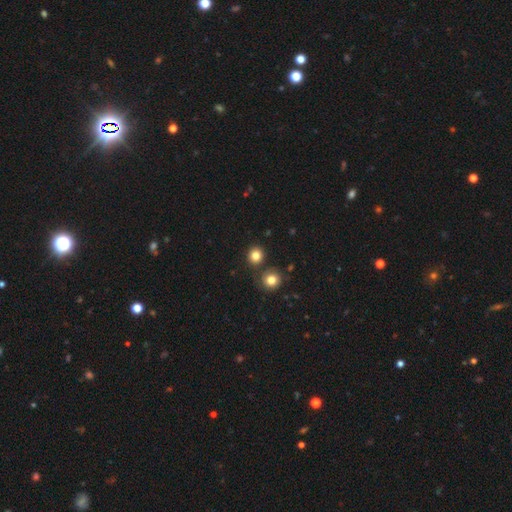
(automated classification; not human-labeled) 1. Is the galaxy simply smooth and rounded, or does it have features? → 82% smooth, 12% star or artifact, 5% featured or disk.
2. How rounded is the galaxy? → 89% round, 10% in between, 1% cigar-shaped.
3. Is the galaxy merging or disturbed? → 82% none, 9% merger, 7% minor disturbance, 2% major disturbance.